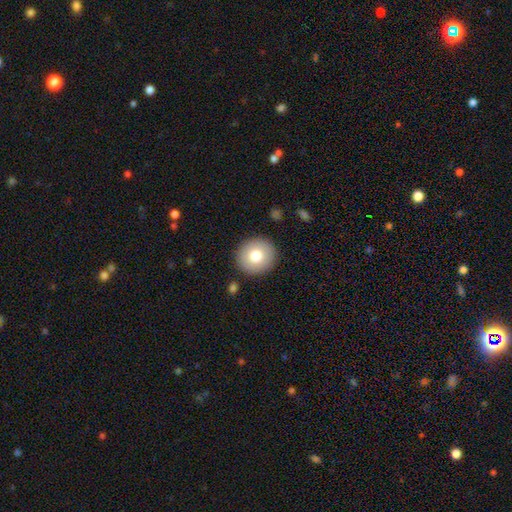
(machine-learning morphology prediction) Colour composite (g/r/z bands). It shows a smooth galaxy with no disk features (77%) that is round (88%). Merging: none (89%).